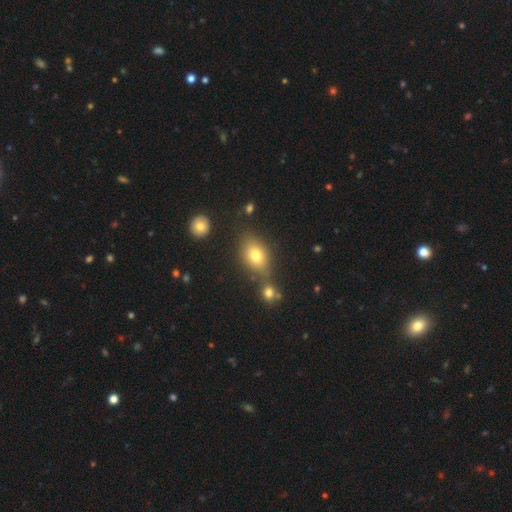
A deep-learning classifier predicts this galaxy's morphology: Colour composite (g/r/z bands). It shows a smooth galaxy with no disk features (74%) that is in between round and cigar-shaped (75%). Merging: none (61%).